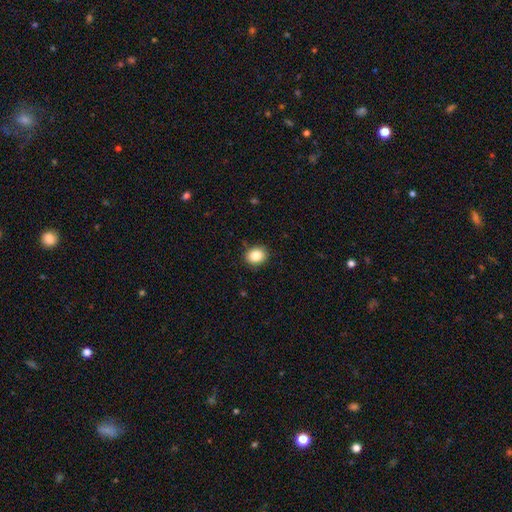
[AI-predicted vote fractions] A smooth galaxy with no disk features (85%) that is round (64%). Merging: none (89%).